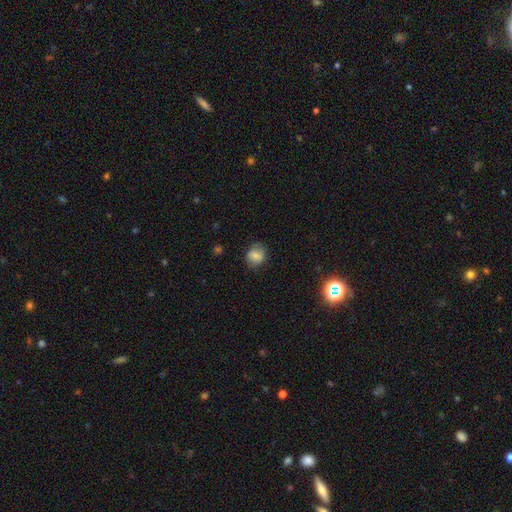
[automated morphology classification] smooth 81%, featured or disk 10%, star or artifact 10%. Down the decision tree: how rounded — round (67%); merging — none (77%).